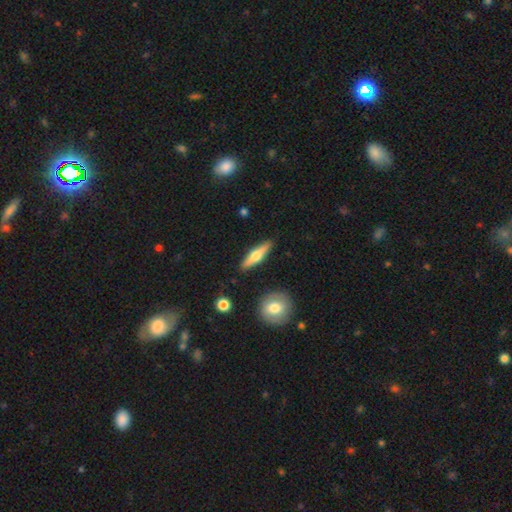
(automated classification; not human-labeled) A featured or disk galaxy (49%).

Vote fractions:
- Smooth or featured? featured or disk: 49% / smooth: 46% / star or artifact: 5%
- Merging? none: 88% / minor disturbance: 8% / merger: 2% / major disturbance: 2%